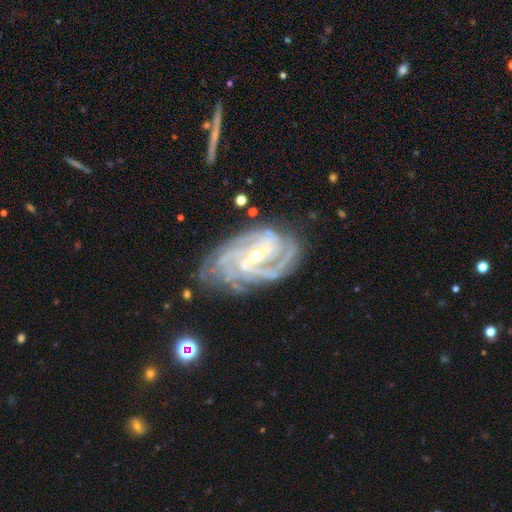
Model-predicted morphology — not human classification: The model was most divided on "spiral arm count": 4: 27%, 3: 26%, can't tell: 18%, 2: 13%, more than 4: 9%, 1: 7%. Remaining: spiral arms — yes (98%); edge-on disk — no (96%); smooth or featured — featured or disk (91%); merging — none (72%); spiral winding — tight (65%); bulge size — small (59%); bar — weak (43%).